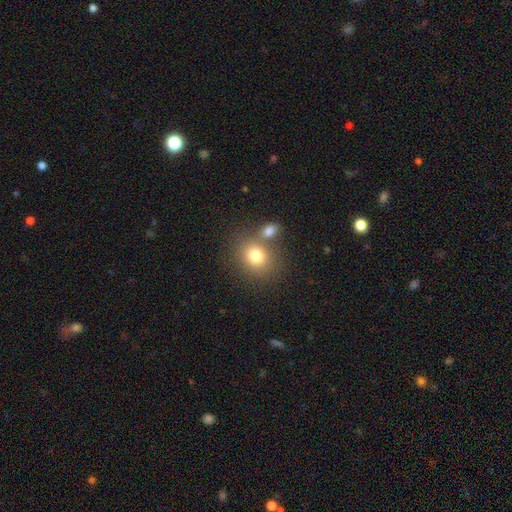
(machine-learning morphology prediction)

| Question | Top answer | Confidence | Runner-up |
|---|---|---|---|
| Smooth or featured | smooth | 77% | star or artifact (12%) |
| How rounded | round | 69% | in between (31%) |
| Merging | none | 57% | merger (28%) |